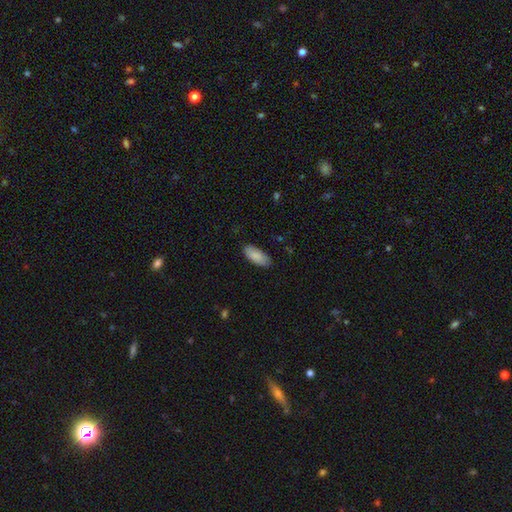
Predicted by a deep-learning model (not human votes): This is clearly a smooth galaxy (88%). How rounded: clearly in between (88%). Merging: clearly none (84%).